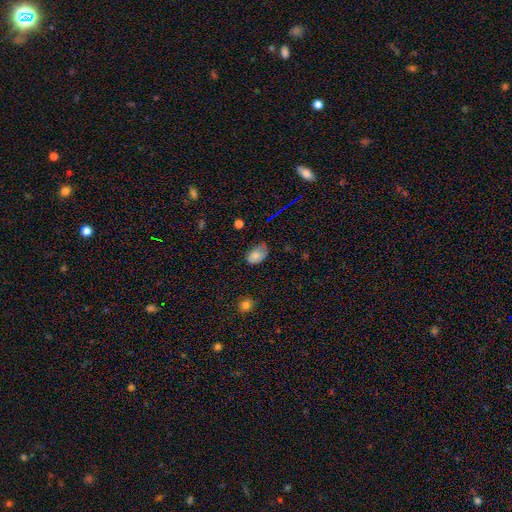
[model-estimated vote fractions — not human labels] A smooth galaxy with no disk features (79%) that is in between round and cigar-shaped (89%).

Vote fractions:
- Smooth or featured? smooth: 79% / featured or disk: 11% / star or artifact: 10%
- How rounded? in between: 89% / round: 9% / cigar-shaped: 1%
- Merging? none: 49% / minor disturbance: 38% / major disturbance: 11% / merger: 2%